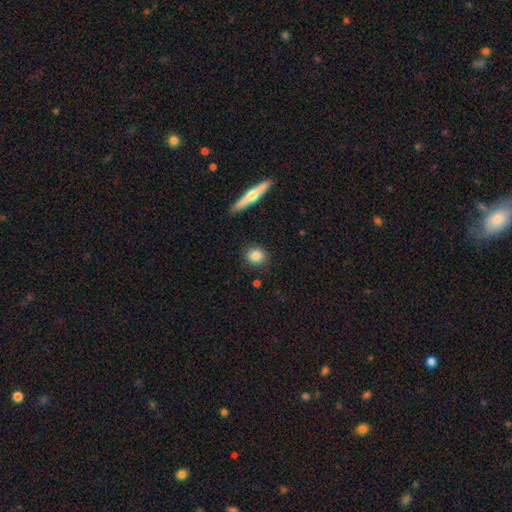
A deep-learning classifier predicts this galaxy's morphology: Q: Smooth or featured?
A: smooth (83%); runner-up: featured or disk (9%)
Q: How rounded?
A: round (82%); runner-up: in between (15%)
Q: Merging?
A: none (88%); runner-up: minor disturbance (8%)